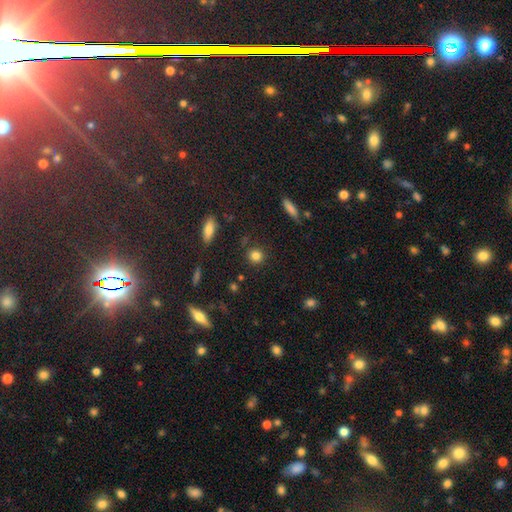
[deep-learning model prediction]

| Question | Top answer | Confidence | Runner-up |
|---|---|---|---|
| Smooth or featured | smooth | 82% | star or artifact (12%) |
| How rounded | round | 88% | in between (10%) |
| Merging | none | 87% | minor disturbance (8%) |